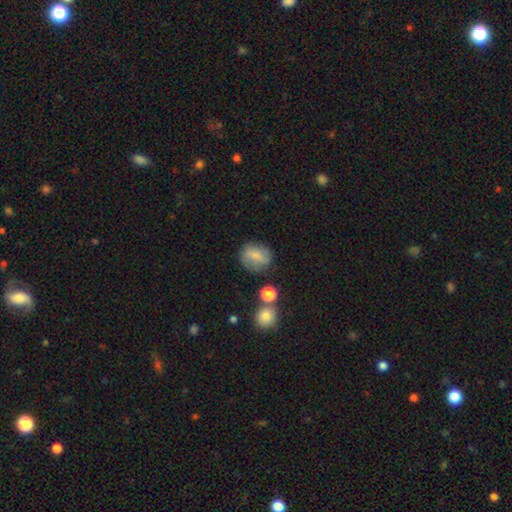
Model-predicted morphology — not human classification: Smooth or featured? Predicted: smooth (p=0.61). How rounded? Predicted: round (p=0.72). Merging? Predicted: none (p=0.74).